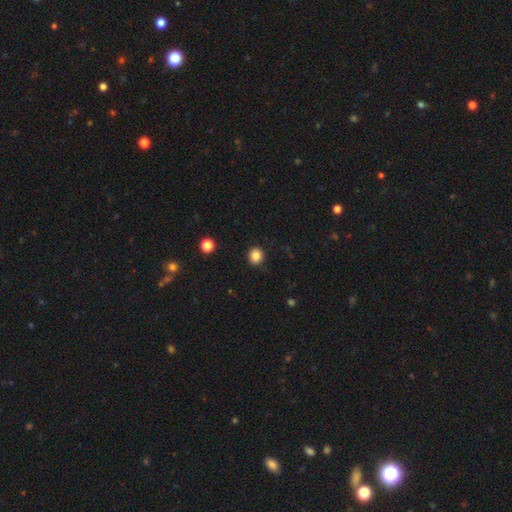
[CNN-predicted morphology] smooth_or_featured: smooth (p=0.85) [alt: star or artifact p=0.11]
how_rounded: round (p=0.85) [alt: in between p=0.15]
merging: none (p=0.90) [alt: minor disturbance p=0.07]